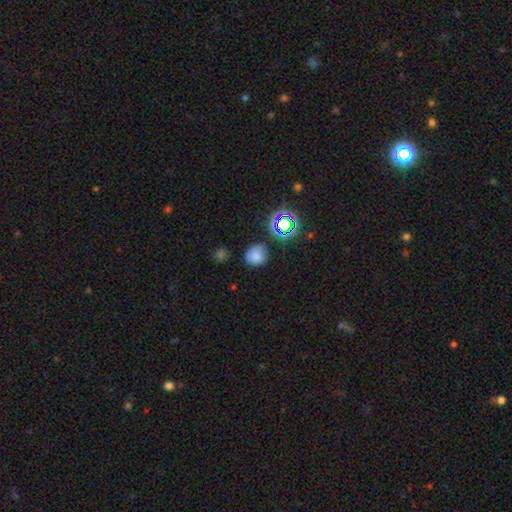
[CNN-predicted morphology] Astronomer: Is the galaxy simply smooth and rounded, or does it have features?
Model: smooth — 75%.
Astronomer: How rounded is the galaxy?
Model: round — 80%.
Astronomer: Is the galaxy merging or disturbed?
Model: none — 78%.